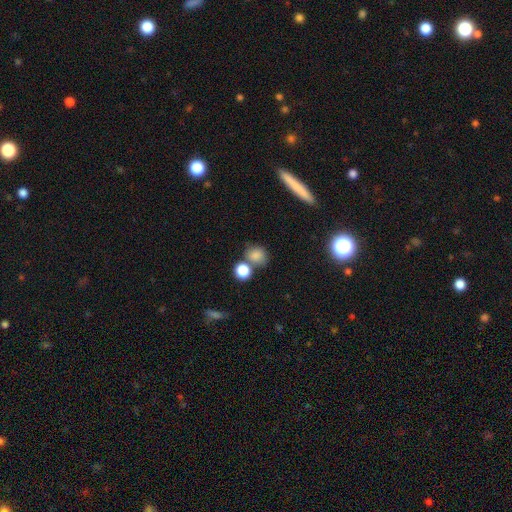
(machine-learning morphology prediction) smooth 81%, star or artifact 12%, featured or disk 7%. Down the decision tree: how rounded — round (69%); merging — none (58%).